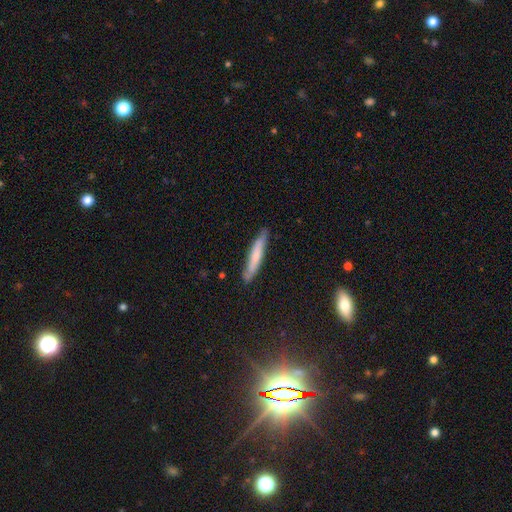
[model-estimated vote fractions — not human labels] Smooth or featured? Predicted: smooth (p=0.62). How rounded? Predicted: cigar-shaped (p=0.92). Merging? Predicted: none (p=0.81).